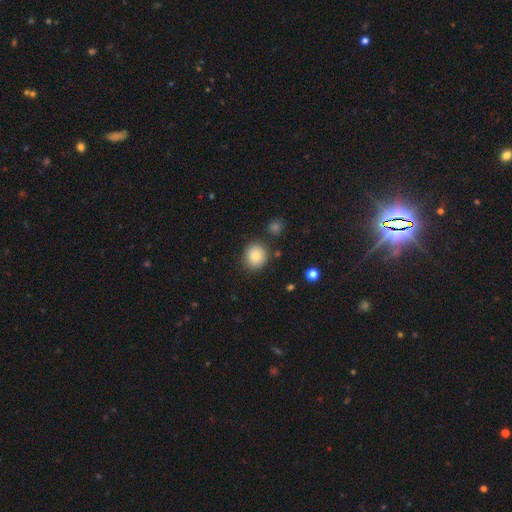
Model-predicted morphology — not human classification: A smooth galaxy with no disk features (84%) that is round (82%).

Vote fractions:
- Smooth or featured? smooth: 84% / star or artifact: 9% / featured or disk: 7%
- How rounded? round: 82% / in between: 18% / cigar-shaped: 1%
- Merging? none: 83% / minor disturbance: 9% / merger: 4% / major disturbance: 3%